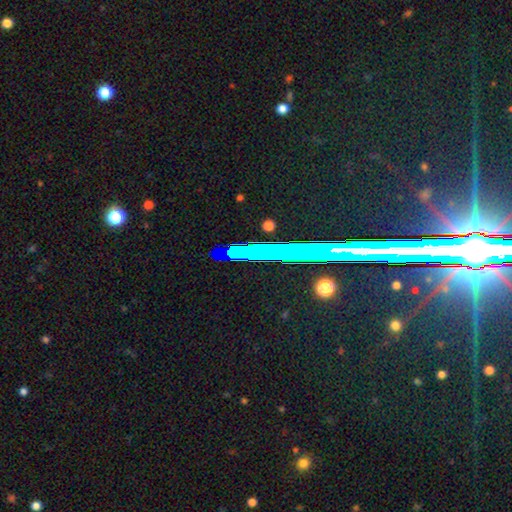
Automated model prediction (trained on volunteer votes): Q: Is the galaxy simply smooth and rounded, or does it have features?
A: star or artifact — 54%.